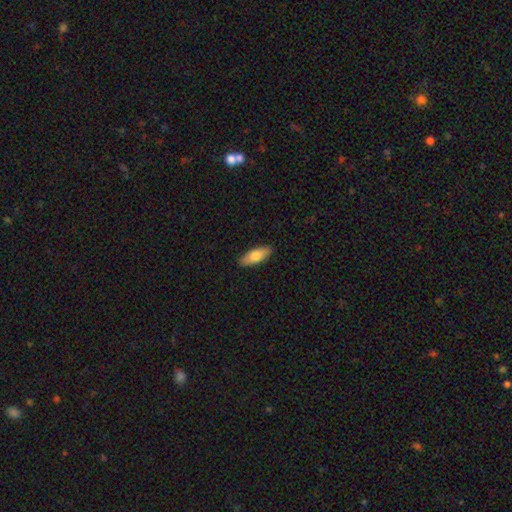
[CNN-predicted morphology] Smooth or featured: smooth — 75% (featured or disk — 19%)
How rounded: in between — 69% (cigar-shaped — 29%)
Merging: none — 90% (minor disturbance — 8%)